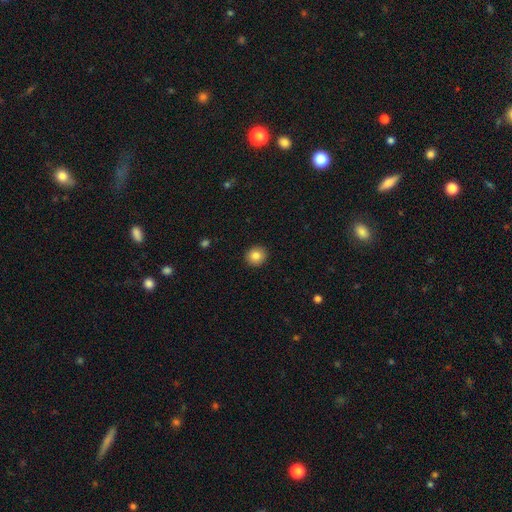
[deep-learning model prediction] Overall: smooth (84%). How rounded: round (89%). Merging: none (92%).